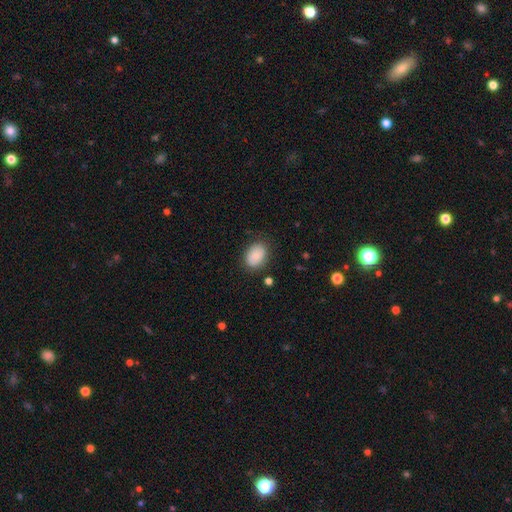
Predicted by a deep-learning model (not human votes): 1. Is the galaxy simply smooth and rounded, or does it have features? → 85% smooth, 7% featured or disk, 7% star or artifact.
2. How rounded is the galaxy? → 78% in between, 21% round, 1% cigar-shaped.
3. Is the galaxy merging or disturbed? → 80% none, 14% minor disturbance, 4% major disturbance, 2% merger.